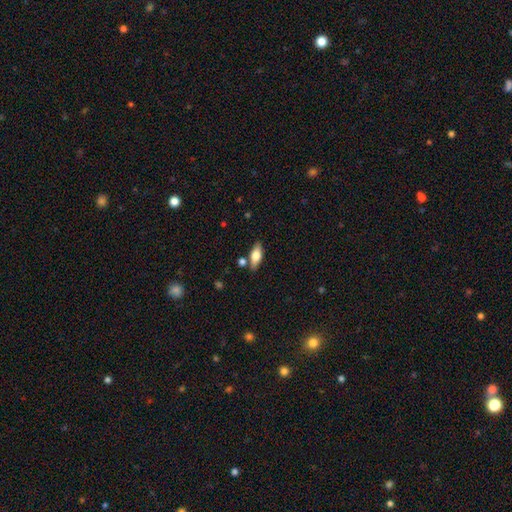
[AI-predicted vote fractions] Overall: smooth (65%; featured or disk 28%). How rounded: in between (75%). Merging: none (79%).